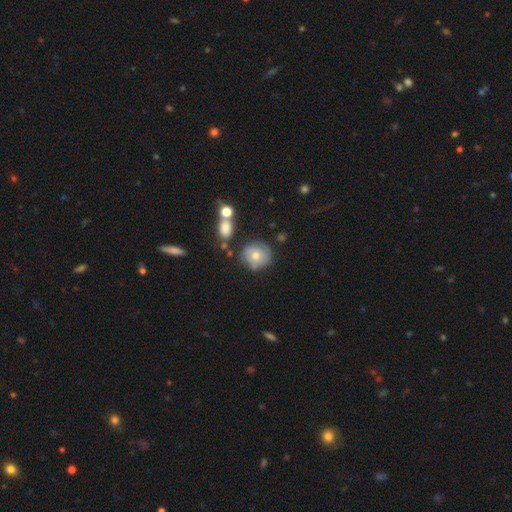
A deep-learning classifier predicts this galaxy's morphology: Smooth or featured: smooth — 59% (featured or disk — 31%)
How rounded: round — 85% (in between — 14%)
Merging: none — 69% (minor disturbance — 19%)